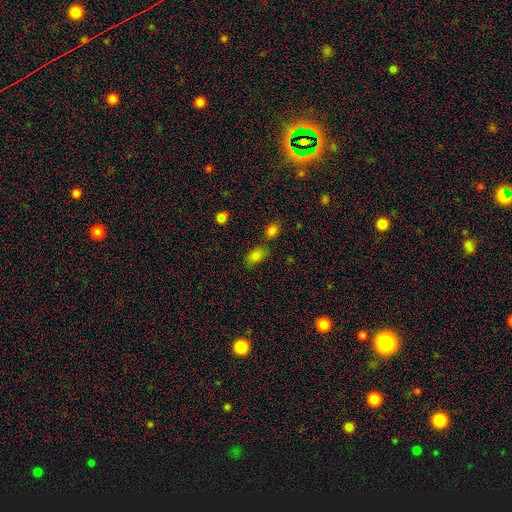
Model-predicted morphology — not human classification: This is clearly a smooth galaxy (80%). How rounded: clearly in between (81%). Merging: likely none (64%).